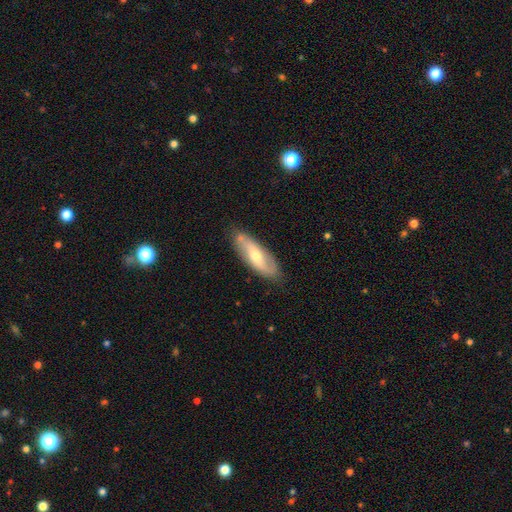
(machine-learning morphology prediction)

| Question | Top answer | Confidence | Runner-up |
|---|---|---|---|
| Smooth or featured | featured or disk | 56% | smooth (38%) |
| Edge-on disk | no | 78% | yes (22%) |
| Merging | none | 78% | minor disturbance (15%) |